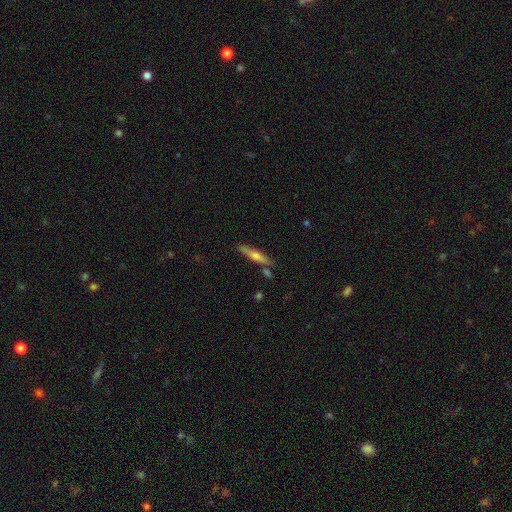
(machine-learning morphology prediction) Smooth or featured? featured or disk (57%)
Edge-on disk? yes (95%)
Edge-on bulge? rounded (83%)
Merging? none (82%)